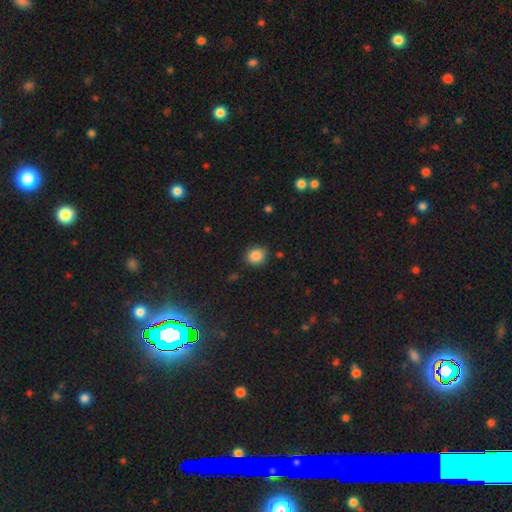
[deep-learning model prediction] Smooth or featured: smooth — 87% (star or artifact — 10%)
How rounded: round — 80% (in between — 19%)
Merging: none — 83% (minor disturbance — 12%)